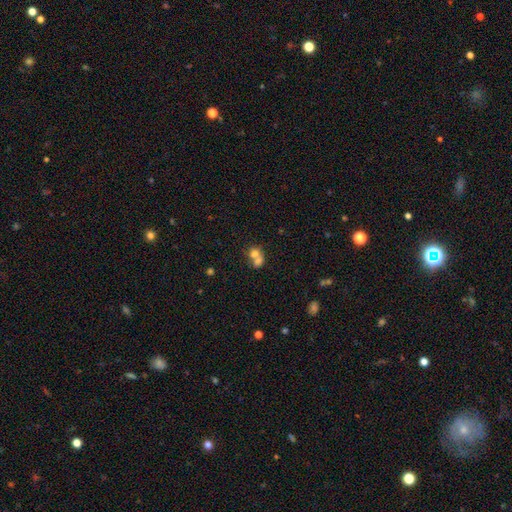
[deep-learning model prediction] smooth_or_featured: smooth (p=0.70) [alt: featured or disk p=0.18]
how_rounded: round (p=0.60) [alt: in between p=0.39]
merging: merger (p=0.68) [alt: none p=0.22]